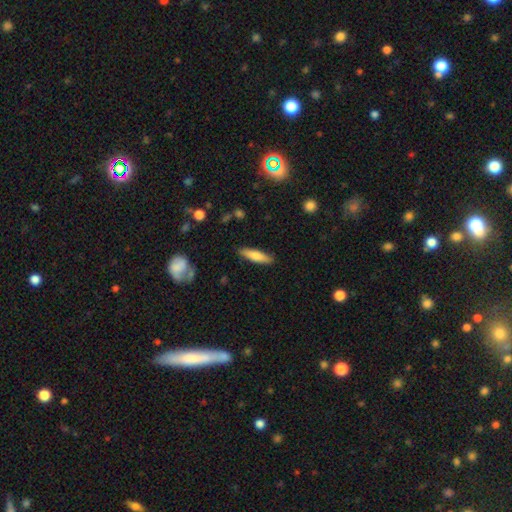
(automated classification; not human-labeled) This is likely a smooth galaxy (75%). How rounded: likely cigar-shaped (67%). Merging: clearly none (87%).